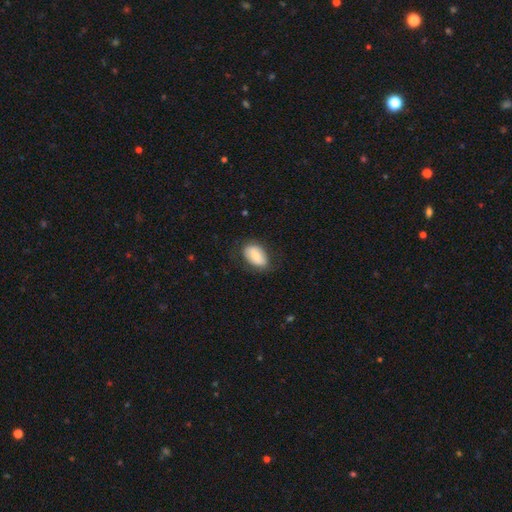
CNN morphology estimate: Smooth or featured: smooth — 71% (featured or disk — 23%)
How rounded: in between — 90% (round — 8%)
Merging: none — 74% (minor disturbance — 19%)